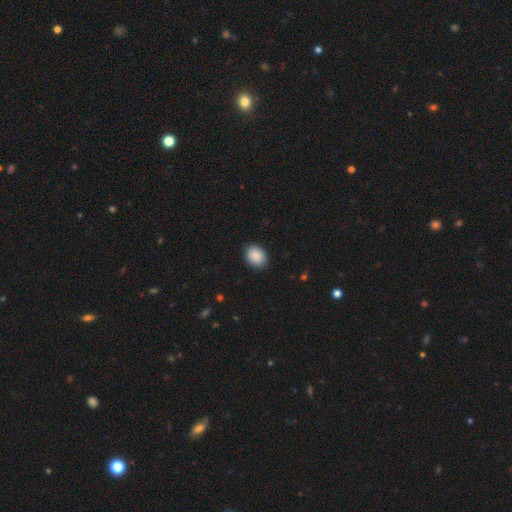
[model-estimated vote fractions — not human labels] Morphology: type=smooth (90%); roundness=in between (60%); merging=none (88%).